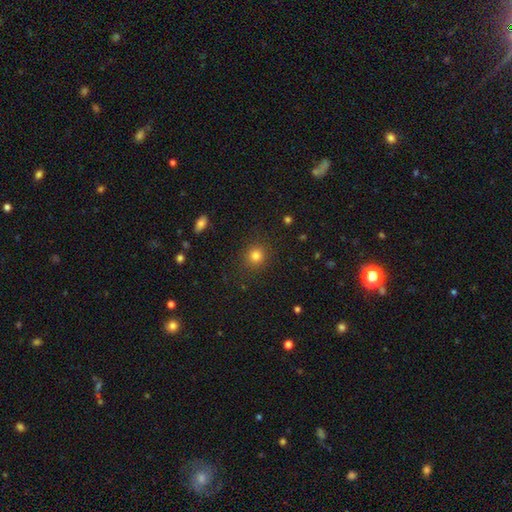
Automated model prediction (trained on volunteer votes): Smooth or featured: smooth — 82% (star or artifact — 13%)
How rounded: round — 88% (in between — 11%)
Merging: none — 88% (minor disturbance — 7%)